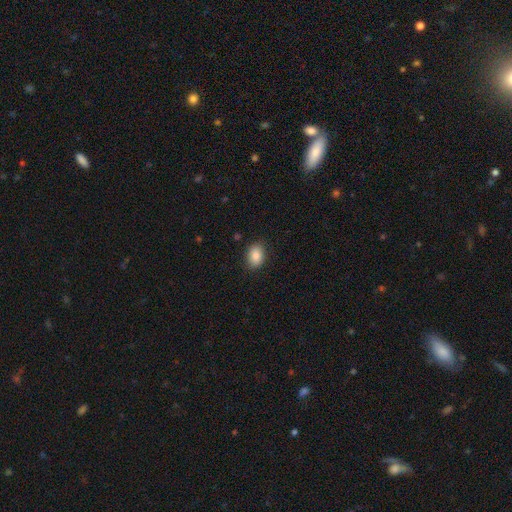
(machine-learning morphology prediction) smooth_or_featured: smooth (p=0.86) [alt: star or artifact p=0.08]
how_rounded: in between (p=0.77) [alt: round p=0.22]
merging: none (p=0.86) [alt: minor disturbance p=0.10]